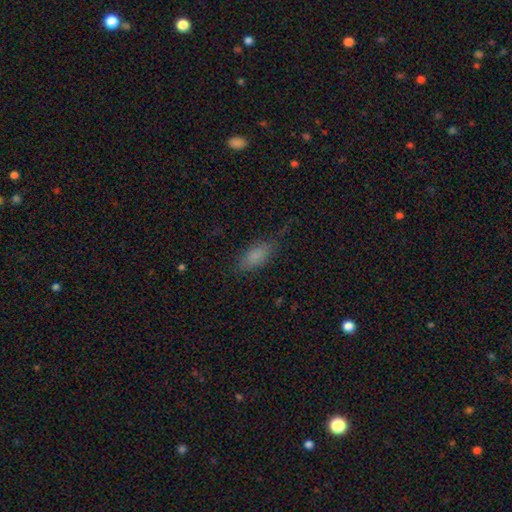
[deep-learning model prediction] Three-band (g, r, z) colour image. It shows a smooth galaxy with no disk features (81%) that is in between round and cigar-shaped (83%). Merging: none (70%).